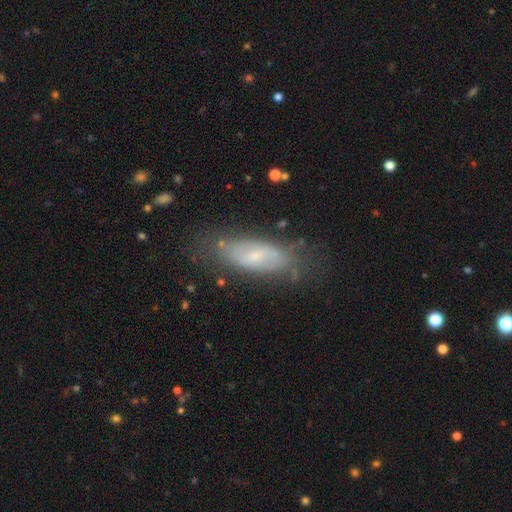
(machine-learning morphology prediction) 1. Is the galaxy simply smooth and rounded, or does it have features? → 47% smooth, 45% featured or disk, 9% star or artifact.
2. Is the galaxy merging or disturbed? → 67% none, 22% minor disturbance, 9% major disturbance, 3% merger.